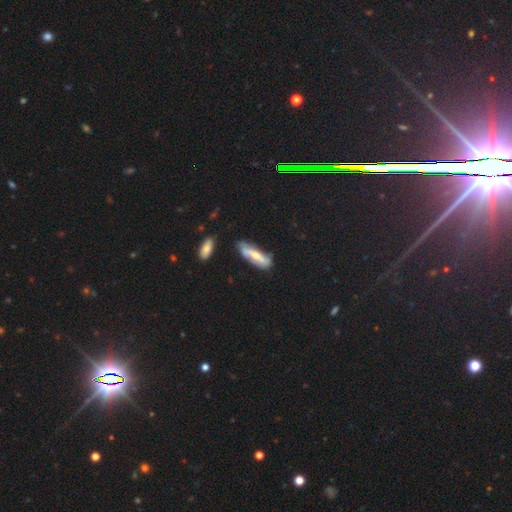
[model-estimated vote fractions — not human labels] The model was most divided on "smooth or featured": featured or disk: 51%, smooth: 43%, star or artifact: 6%. More confident: edge-on disk — no (61%); merging — none (61%).